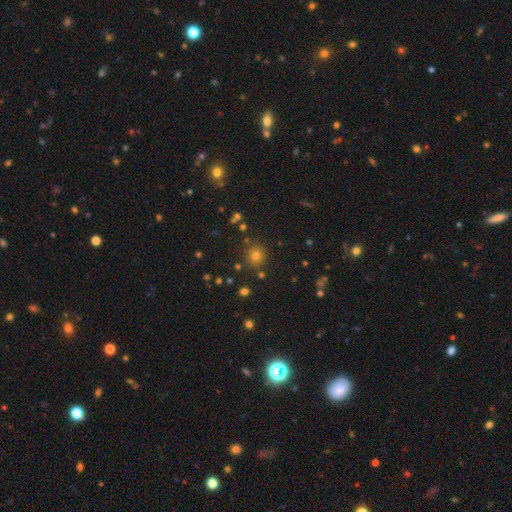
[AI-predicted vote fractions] Overall: smooth (69%). How rounded: round (92%). Merging: none (86%).